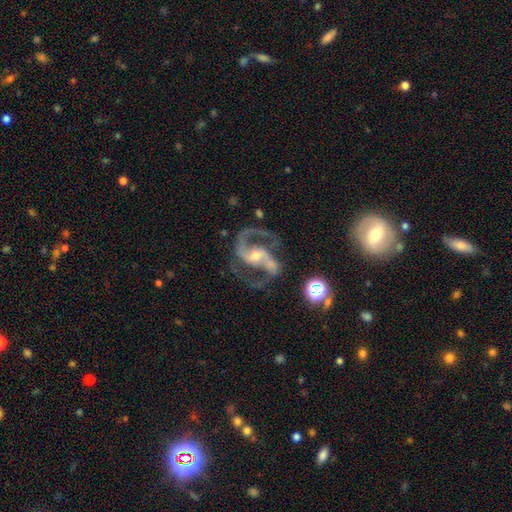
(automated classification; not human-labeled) Morphology: type=featured or disk (92%); edge-on=no (98%); bar=weak (37%); spiral arms=yes (98%); winding=medium (63%); arm count=2 (93%); bulge=moderate (50%); merging=none (68%).